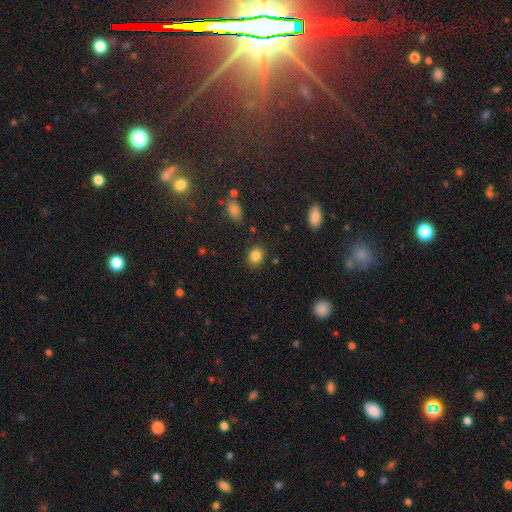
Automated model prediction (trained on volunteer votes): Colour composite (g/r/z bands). It shows a smooth galaxy with no disk features (84%) that is round (59%). Merging: none (86%).